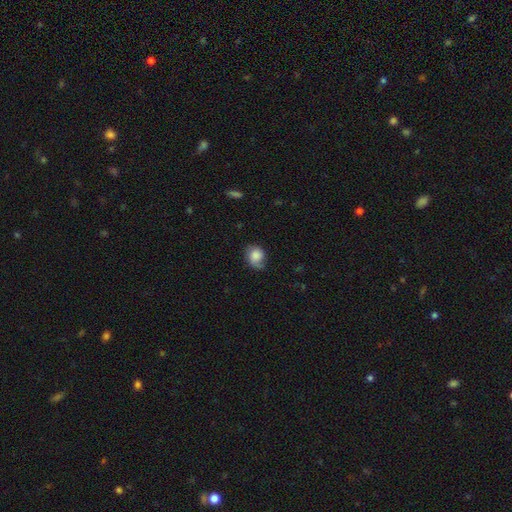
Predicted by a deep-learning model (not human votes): smooth 71%, featured or disk 21%, star or artifact 8%. Down the decision tree: how rounded — round (58%); merging — none (47%).